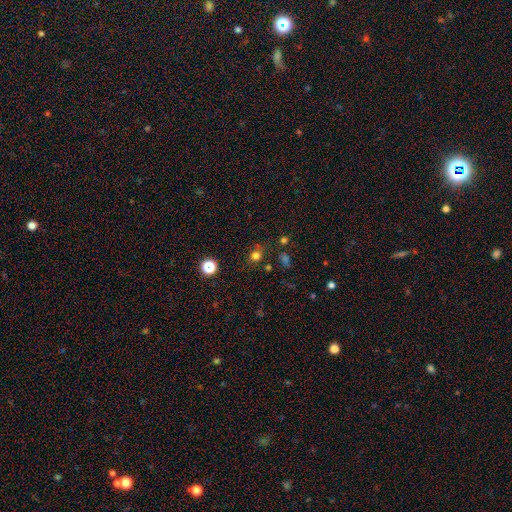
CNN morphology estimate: smooth-or-featured: smooth: 72% | star or artifact: 22% | featured or disk: 6%
  how-rounded: round: 79% | in between: 20% | cigar-shaped: 1%
  merging: none: 75% | minor disturbance: 14% | major disturbance: 6% | merger: 5%